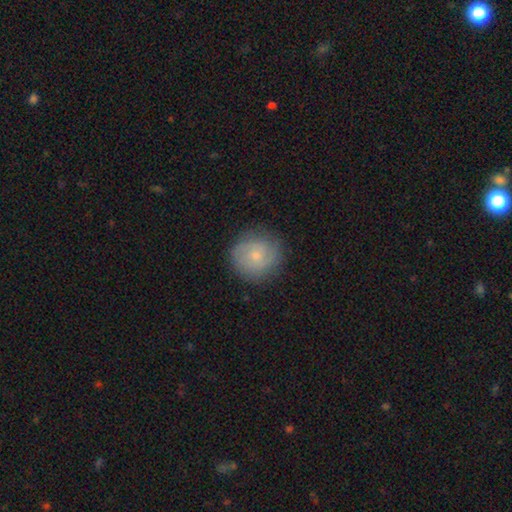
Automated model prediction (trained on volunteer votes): Overall: smooth (54%; featured or disk 38%). How rounded: round (91%). Merging: none (83%).